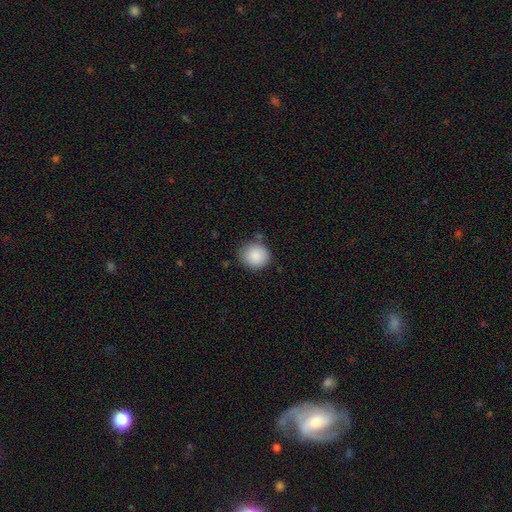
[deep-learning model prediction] Smooth or featured?
  - smooth: 88% *
  - star or artifact: 8%
  - featured or disk: 4%
How rounded?
  - round: 87% *
  - in between: 13%
  - cigar-shaped: 1%
Merging?
  - none: 81% *
  - minor disturbance: 13%
  - major disturbance: 3%
  - merger: 3%